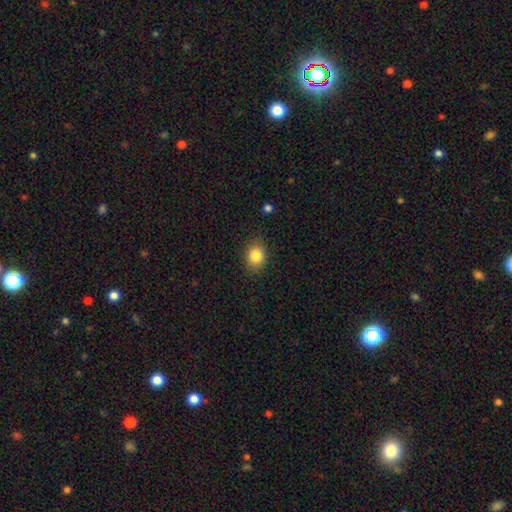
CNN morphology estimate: The model was most divided on "how rounded": round: 51%, in between: 48%, cigar-shaped: 1%. More confident: merging — none (84%); smooth or featured — smooth (84%).